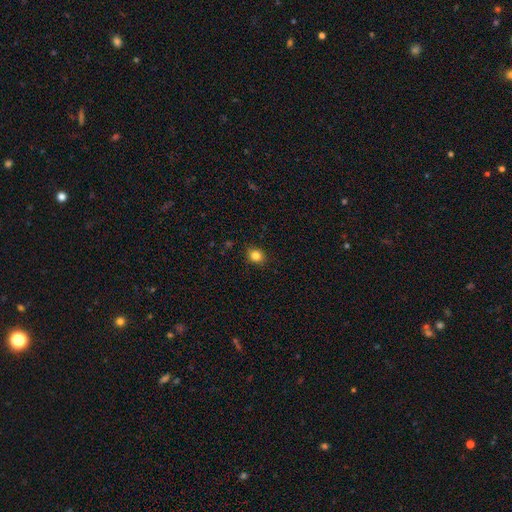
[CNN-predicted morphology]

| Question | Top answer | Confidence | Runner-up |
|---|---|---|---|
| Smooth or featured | smooth | 84% | star or artifact (11%) |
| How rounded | round | 72% | in between (28%) |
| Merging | none | 88% | minor disturbance (9%) |